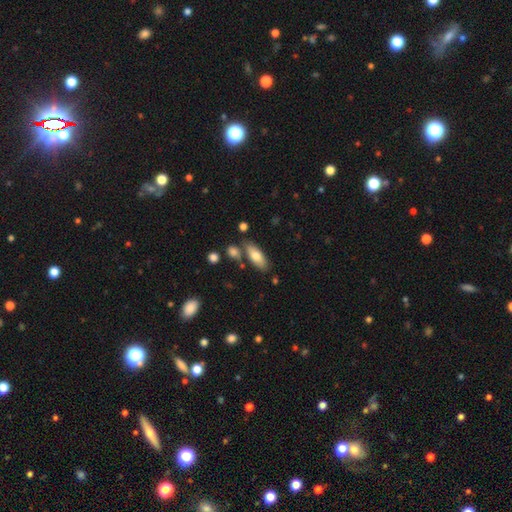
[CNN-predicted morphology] A smooth galaxy with no disk features (74%) that is in between round and cigar-shaped (74%).

Vote fractions:
- Smooth or featured? smooth: 74% / featured or disk: 20% / star or artifact: 6%
- How rounded? in between: 74% / cigar-shaped: 24% / round: 2%
- Merging? none: 74% / minor disturbance: 14% / merger: 9% / major disturbance: 3%